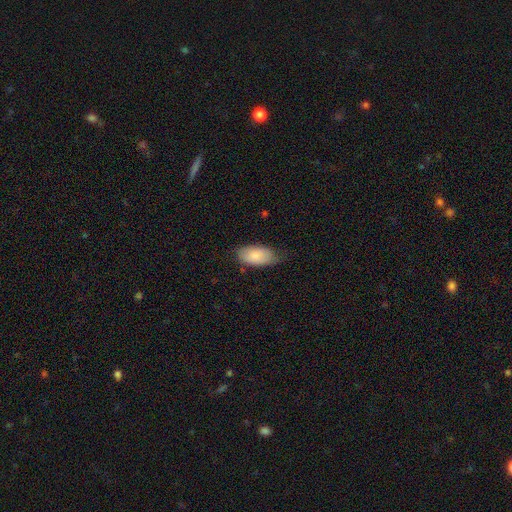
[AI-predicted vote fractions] Overall: smooth (83%). How rounded: in between (94%). Merging: none (61%; minor disturbance 31%).